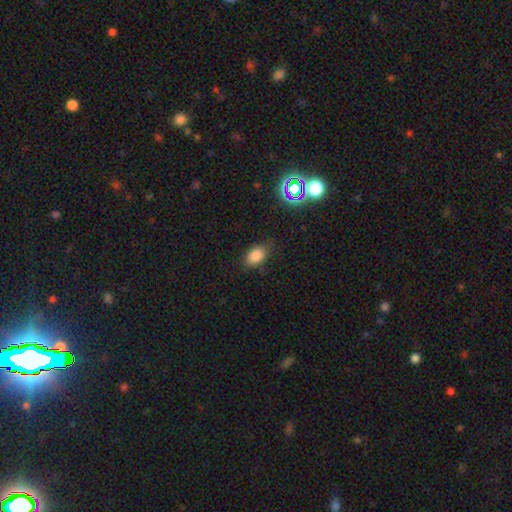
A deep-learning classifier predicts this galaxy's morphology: smooth 81%, star or artifact 12%, featured or disk 7%. Down the decision tree: how rounded — in between (82%); merging — none (79%).